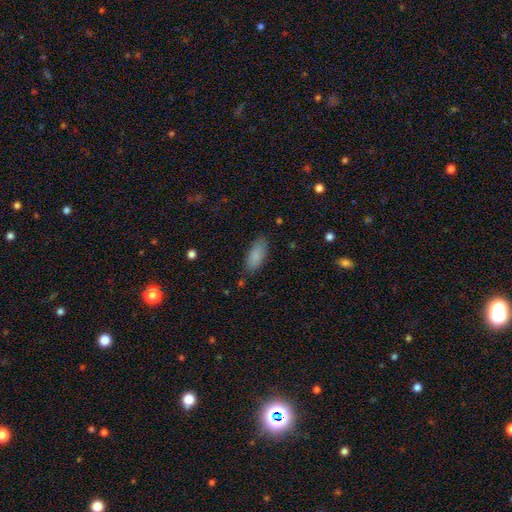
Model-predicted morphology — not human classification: smooth 87%, star or artifact 7%, featured or disk 6%. Down the decision tree: how rounded — in between (81%); merging — none (82%).